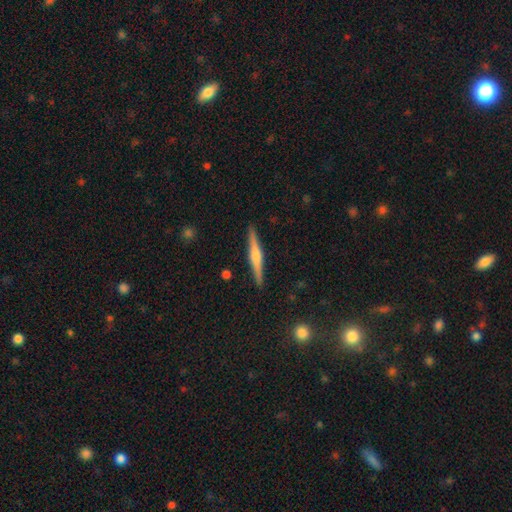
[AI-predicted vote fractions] Morphology: type=featured or disk (72%); edge-on=yes (98%); edge-on bulge=rounded (83%); merging=none (92%).